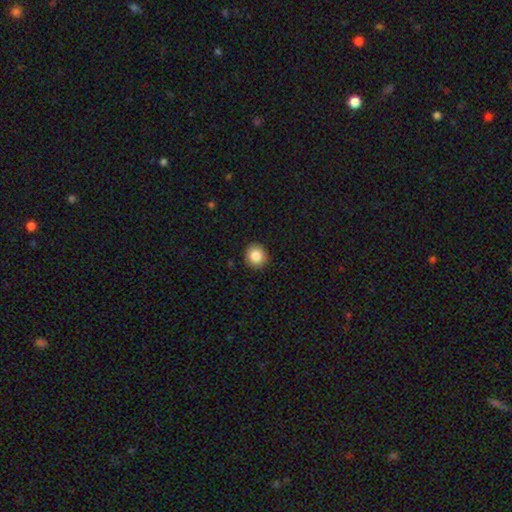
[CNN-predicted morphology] Smooth or featured: smooth — 86% (star or artifact — 9%)
How rounded: round — 91% (in between — 8%)
Merging: none — 92% (minor disturbance — 6%)